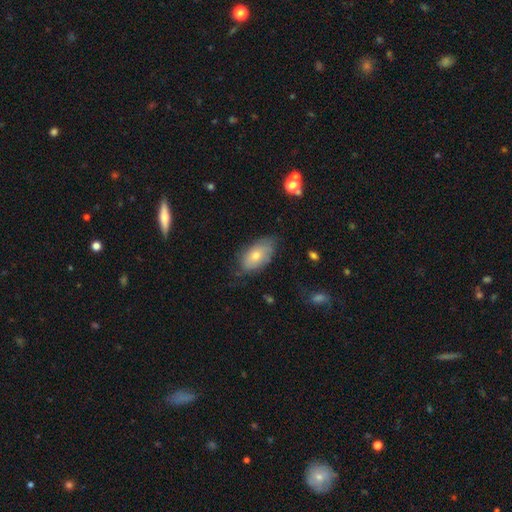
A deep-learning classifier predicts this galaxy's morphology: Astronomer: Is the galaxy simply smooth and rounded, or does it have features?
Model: smooth — 63%.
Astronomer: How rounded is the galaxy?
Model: in between — 92%.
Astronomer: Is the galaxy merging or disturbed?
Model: none — 67%.